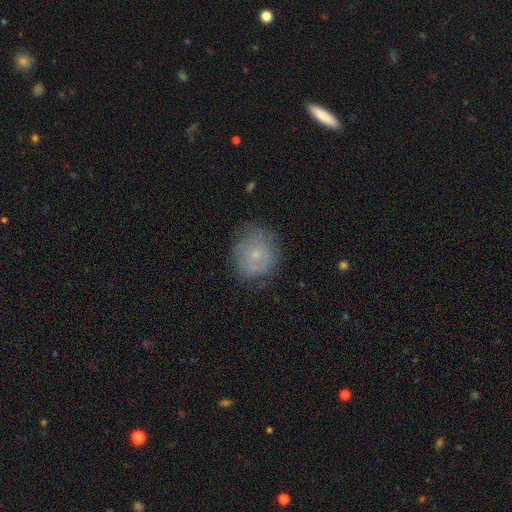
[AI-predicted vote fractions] This appears to be a smooth galaxy with no disk features (51%) that is round (84%). Merging: none (68%).